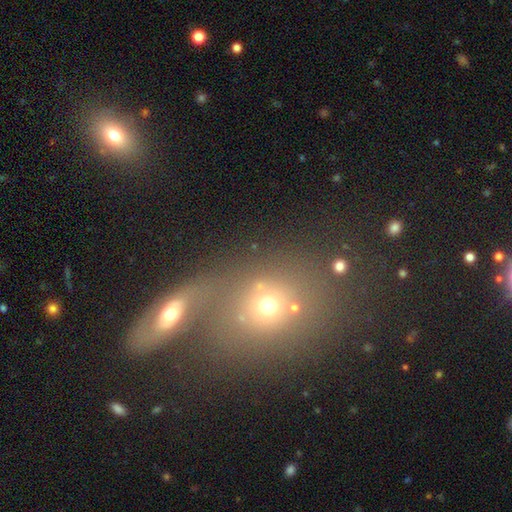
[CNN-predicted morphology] This is possibly a smooth galaxy (52%). How rounded: possibly round (56%). Merging: possibly merger (48%).